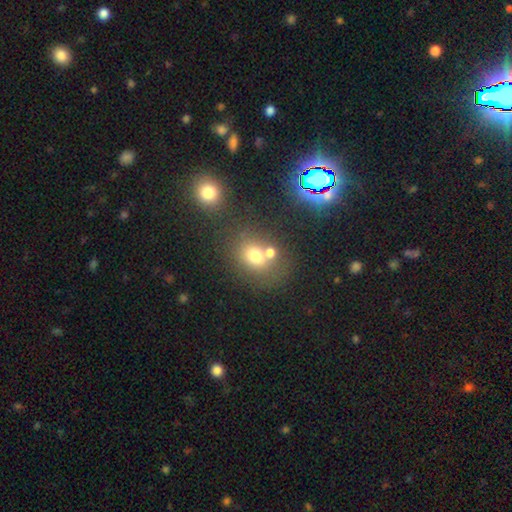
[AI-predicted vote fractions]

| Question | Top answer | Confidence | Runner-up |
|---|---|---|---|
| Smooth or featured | smooth | 69% | star or artifact (16%) |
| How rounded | round | 61% | in between (38%) |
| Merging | none | 48% | merger (37%) |